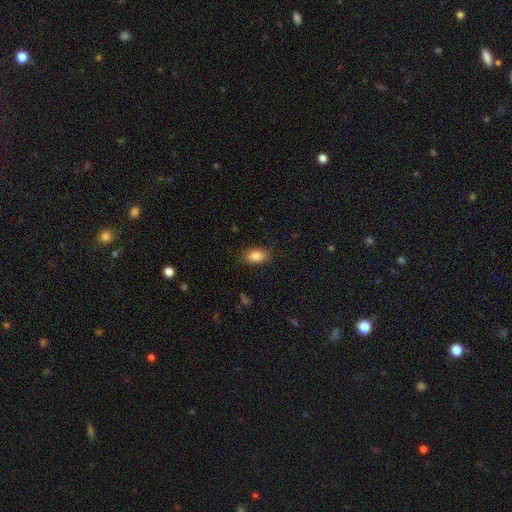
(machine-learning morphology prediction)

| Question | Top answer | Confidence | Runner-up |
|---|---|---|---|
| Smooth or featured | smooth | 85% | star or artifact (8%) |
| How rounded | in between | 88% | round (10%) |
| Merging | none | 83% | minor disturbance (13%) |